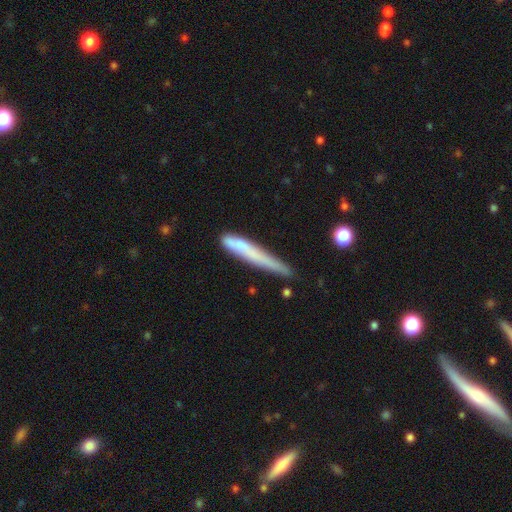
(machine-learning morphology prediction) This appears to be a smooth galaxy with no disk features (59%) that is cigar-shaped (94%). Merging: none (52%).